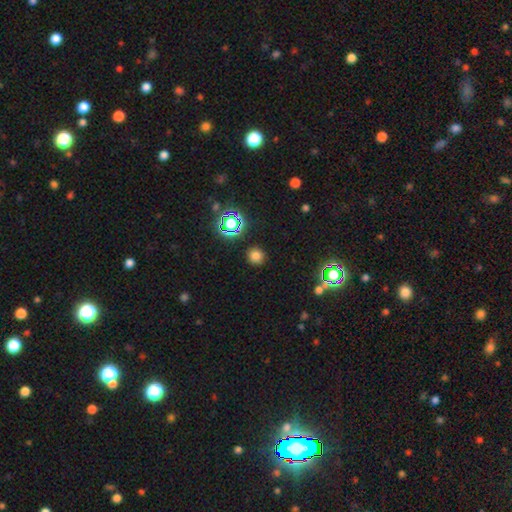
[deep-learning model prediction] smooth-or-featured: smooth: 73% | star or artifact: 21% | featured or disk: 6%
  how-rounded: round: 93% | in between: 6% | cigar-shaped: 1%
  merging: none: 90% | minor disturbance: 6% | major disturbance: 2% | merger: 2%